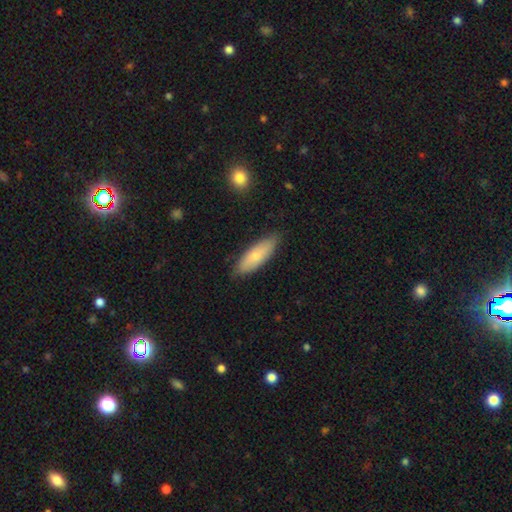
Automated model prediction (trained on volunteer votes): Smooth or featured?
  - smooth: 72% *
  - featured or disk: 22%
  - star or artifact: 6%
How rounded?
  - in between: 59% *
  - cigar-shaped: 39%
  - round: 2%
Merging?
  - none: 83% *
  - minor disturbance: 13%
  - major disturbance: 2%
  - merger: 1%